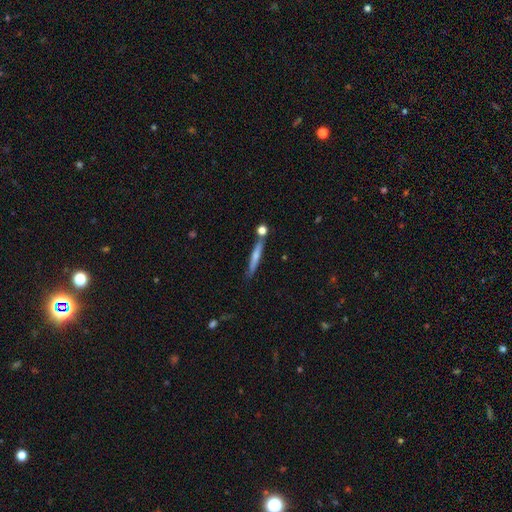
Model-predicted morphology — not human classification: A smooth galaxy with no disk features (57%) that is cigar-shaped (93%). Merging: none (74%).